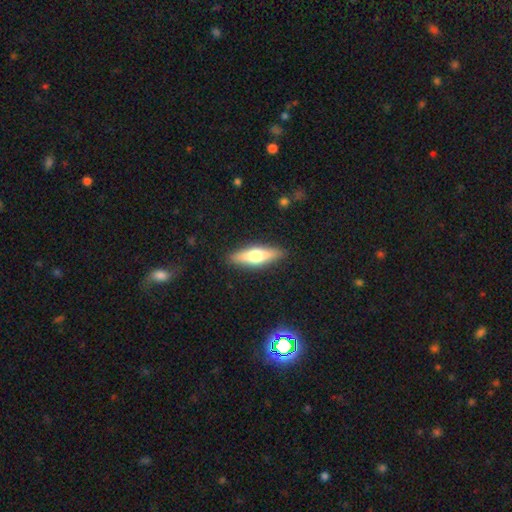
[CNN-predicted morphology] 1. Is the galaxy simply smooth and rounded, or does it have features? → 53% smooth, 41% featured or disk, 6% star or artifact.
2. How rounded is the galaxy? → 59% cigar-shaped, 39% in between, 2% round.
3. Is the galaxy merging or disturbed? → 89% none, 8% minor disturbance, 2% major disturbance, 1% merger.